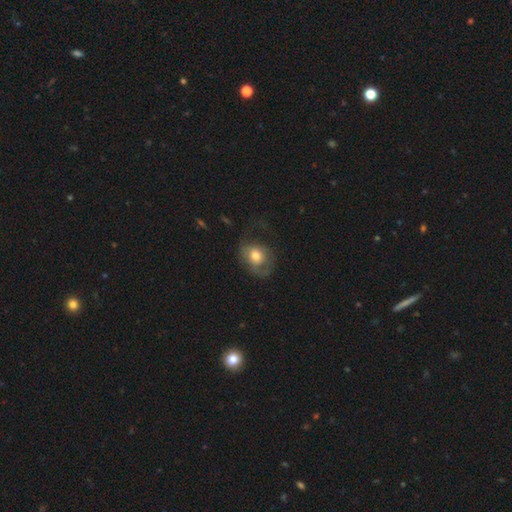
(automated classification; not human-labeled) smooth_or_featured: smooth (p=0.60) [alt: featured or disk p=0.32]
how_rounded: round (p=0.52) [alt: in between p=0.47]
merging: none (p=0.40) [alt: major disturbance p=0.34]